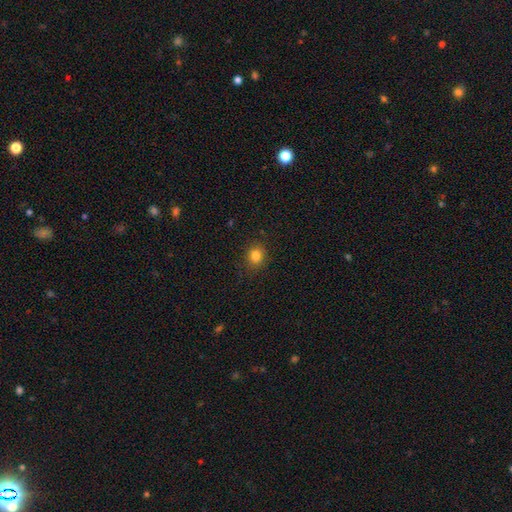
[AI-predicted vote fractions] smooth-or-featured: smooth: 82% | star or artifact: 12% | featured or disk: 5%
  how-rounded: round: 76% | in between: 23% | cigar-shaped: 1%
  merging: none: 88% | minor disturbance: 8% | major disturbance: 2% | merger: 1%